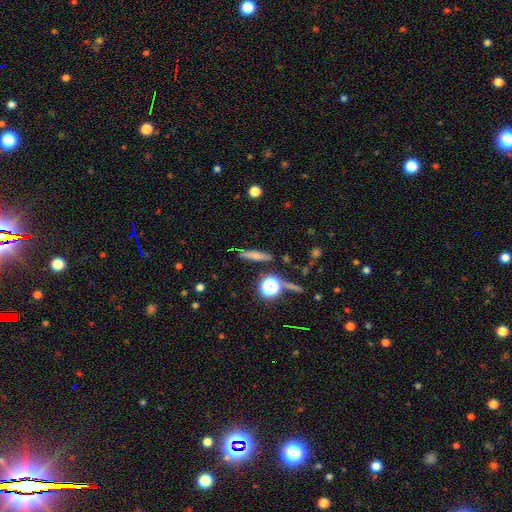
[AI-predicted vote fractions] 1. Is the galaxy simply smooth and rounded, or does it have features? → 68% smooth, 19% featured or disk, 14% star or artifact.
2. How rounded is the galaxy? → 78% cigar-shaped, 13% in between, 9% round.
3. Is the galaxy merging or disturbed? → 83% none, 11% minor disturbance, 4% merger, 3% major disturbance.